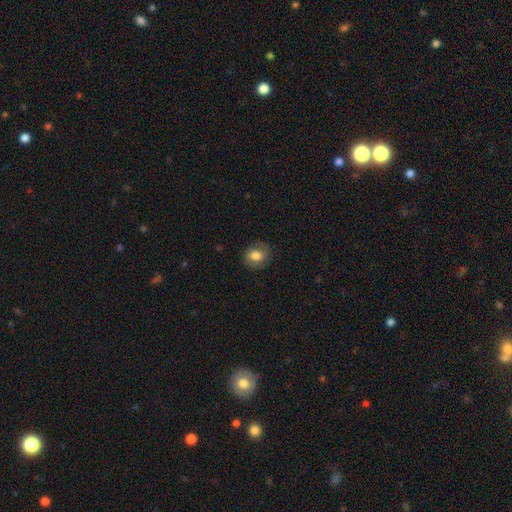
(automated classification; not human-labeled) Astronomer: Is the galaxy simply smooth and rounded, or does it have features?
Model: smooth — 77%.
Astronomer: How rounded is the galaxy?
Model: round — 60% (runner-up: in between, 39%).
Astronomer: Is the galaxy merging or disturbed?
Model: none — 83%.